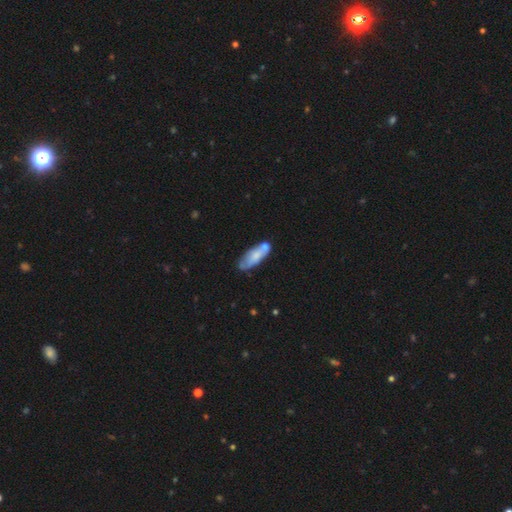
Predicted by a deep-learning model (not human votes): Smooth or featured: smooth — 61% (featured or disk — 32%)
How rounded: in between — 62% (cigar-shaped — 36%)
Merging: none — 49% (merger — 23%)